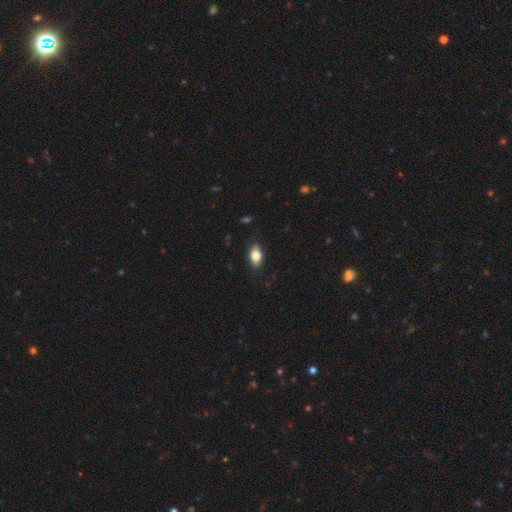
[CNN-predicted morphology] Q: Smooth or featured?
A: smooth (81%); runner-up: featured or disk (12%)
Q: How rounded?
A: in between (89%); runner-up: round (7%)
Q: Merging?
A: none (86%); runner-up: minor disturbance (11%)